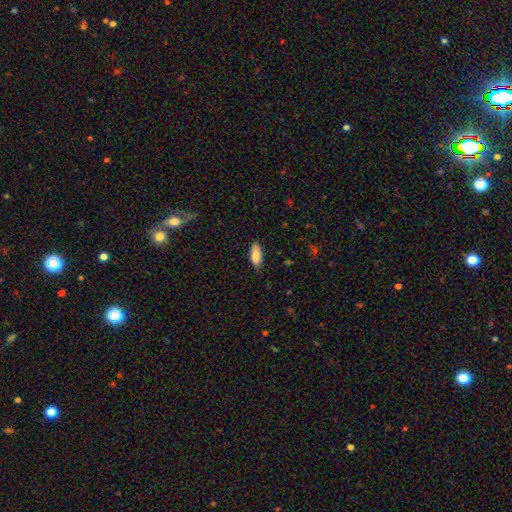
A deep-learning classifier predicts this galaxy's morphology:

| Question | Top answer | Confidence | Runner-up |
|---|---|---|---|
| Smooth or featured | smooth | 84% | featured or disk (10%) |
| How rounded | in between | 81% | cigar-shaped (17%) |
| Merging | none | 78% | minor disturbance (18%) |